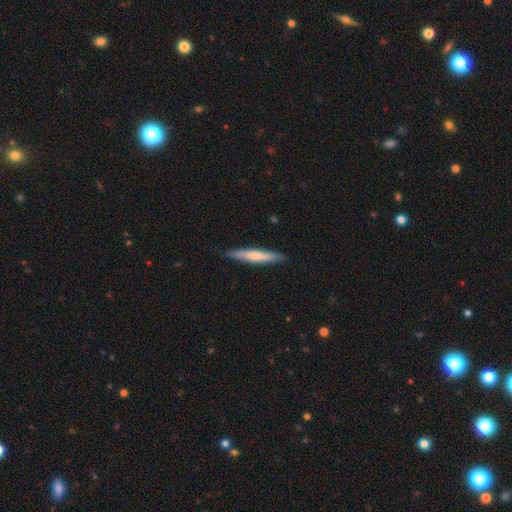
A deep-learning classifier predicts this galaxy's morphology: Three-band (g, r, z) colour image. It shows a smooth galaxy with no disk features (63%) that is cigar-shaped (92%). Merging: none (88%).